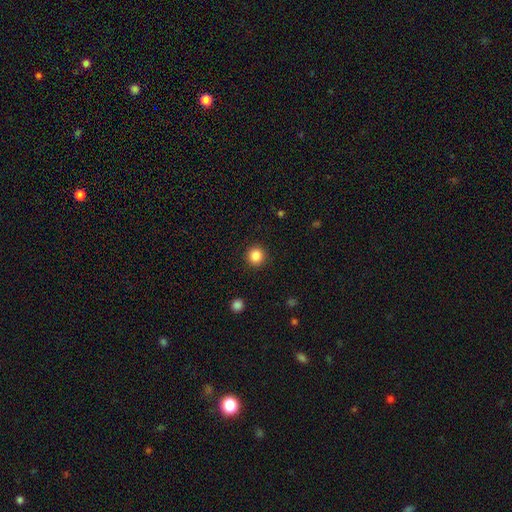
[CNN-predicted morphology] This is clearly a smooth galaxy (86%). How rounded: clearly round (93%). Merging: clearly none (92%).